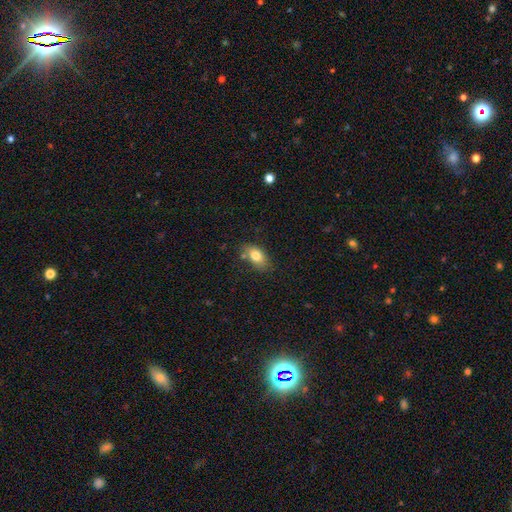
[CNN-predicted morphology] smooth-or-featured: smooth: 79% | featured or disk: 12% | star or artifact: 8%
  how-rounded: in between: 87% | round: 11% | cigar-shaped: 3%
  merging: none: 70% | minor disturbance: 20% | merger: 6% | major disturbance: 4%